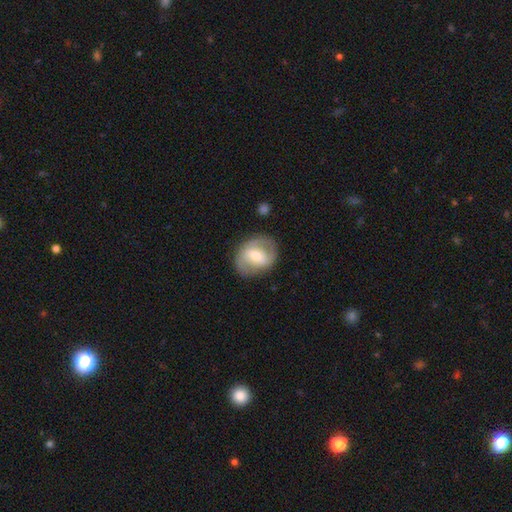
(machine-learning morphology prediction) This is possibly a featured or disk galaxy (58%). It is clearly not viewed edge-on (96%). Bar: marginally weak (43%). Spiral arm pattern: likely yes (65%). Central bulge: possibly moderate (59%). Merging: likely none (75%).